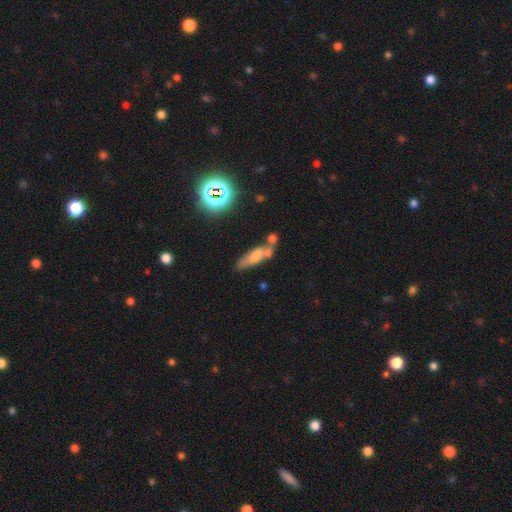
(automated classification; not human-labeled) The model was most divided on "how rounded": in between: 48%, cigar-shaped: 47%, round: 5%. Remaining: smooth or featured — smooth (61%); merging — none (37%).